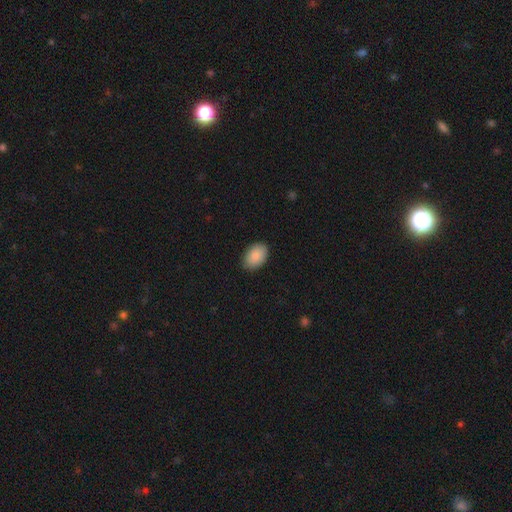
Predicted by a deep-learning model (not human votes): This appears to be a smooth galaxy with no disk features (88%) that is in between round and cigar-shaped (87%). Merging: none (88%).